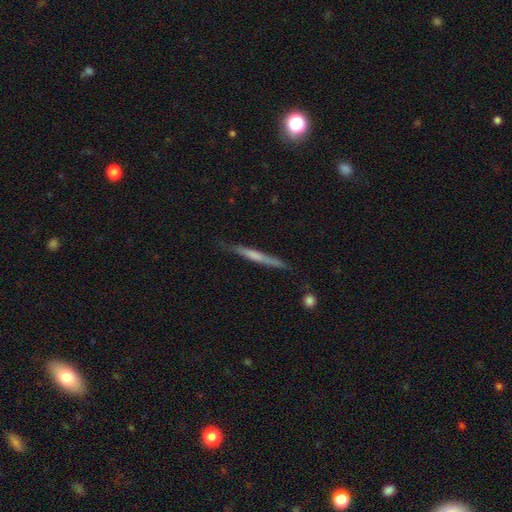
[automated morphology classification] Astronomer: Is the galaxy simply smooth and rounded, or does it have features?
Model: smooth — 47%, tied with featured or disk at 47%.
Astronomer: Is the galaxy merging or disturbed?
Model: none — 81%.